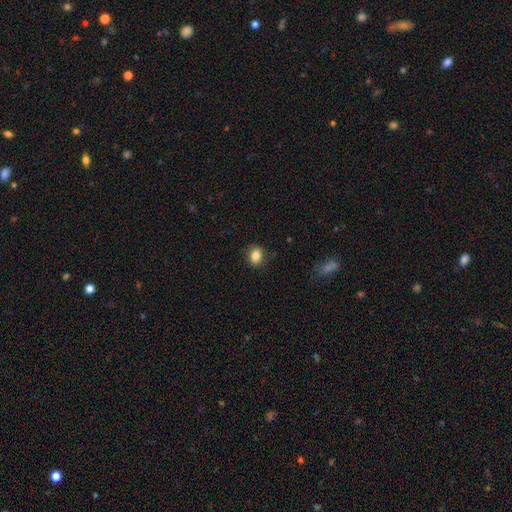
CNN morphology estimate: Smooth or featured?
  - smooth: 84% *
  - star or artifact: 9%
  - featured or disk: 7%
How rounded?
  - in between: 67% *
  - round: 32%
  - cigar-shaped: 1%
Merging?
  - none: 86% *
  - minor disturbance: 10%
  - major disturbance: 3%
  - merger: 1%